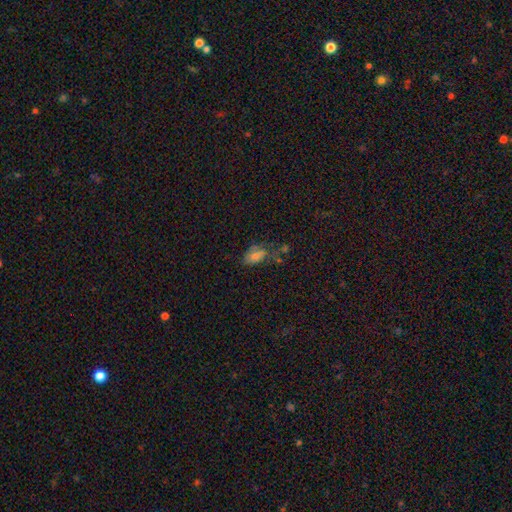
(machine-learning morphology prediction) A smooth galaxy with no disk features (51%) that is in between round and cigar-shaped (86%).

Vote fractions:
- Smooth or featured? smooth: 51% / featured or disk: 26% / star or artifact: 23%
- How rounded? in between: 86% / round: 9% / cigar-shaped: 5%
- Merging? none: 41% / minor disturbance: 26% / major disturbance: 21% / merger: 12%